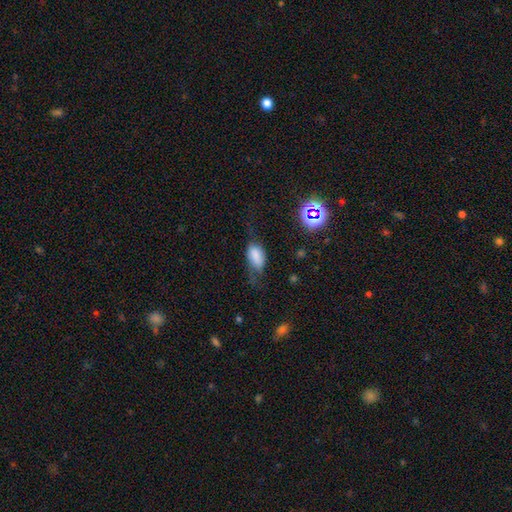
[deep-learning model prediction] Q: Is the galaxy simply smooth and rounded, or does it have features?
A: smooth — 72%.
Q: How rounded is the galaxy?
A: in between — 90%.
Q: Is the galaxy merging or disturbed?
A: none — 39%.